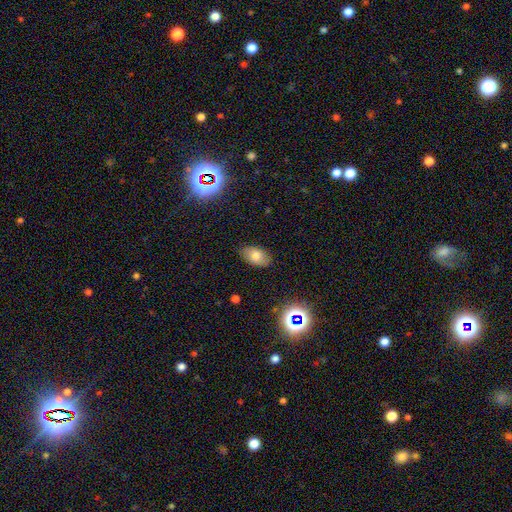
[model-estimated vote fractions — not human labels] Q: Smooth or featured?
A: smooth (76%); runner-up: featured or disk (13%)
Q: How rounded?
A: in between (91%); runner-up: round (7%)
Q: Merging?
A: none (84%); runner-up: minor disturbance (12%)